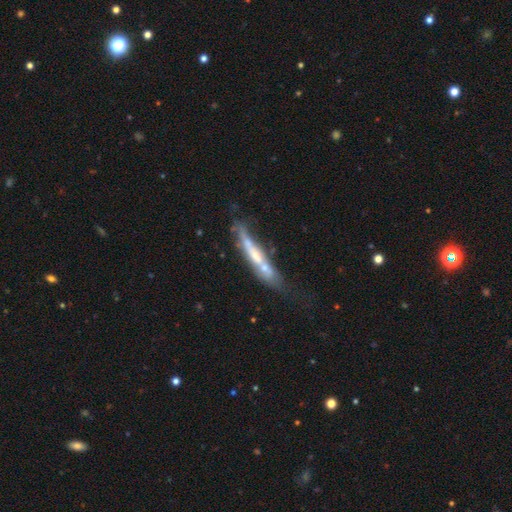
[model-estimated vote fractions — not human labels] featured or disk 58%, smooth 34%, star or artifact 8%. Down the decision tree: edge-on disk — yes (72%); merging — none (42%).